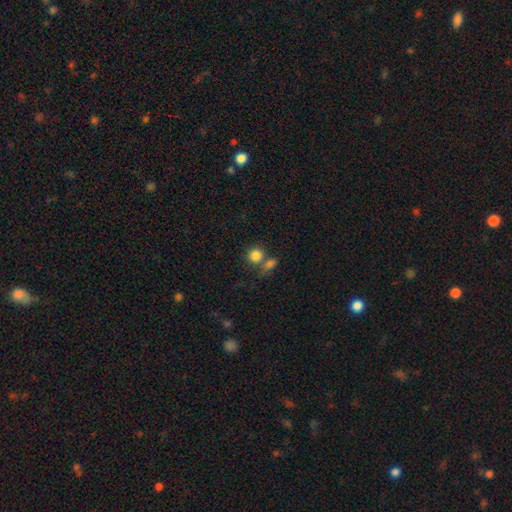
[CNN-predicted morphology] smooth-or-featured: smooth: 84% | star or artifact: 10% | featured or disk: 7%
  how-rounded: round: 82% | in between: 17% | cigar-shaped: 1%
  merging: none: 51% | merger: 34% | minor disturbance: 10% | major disturbance: 5%